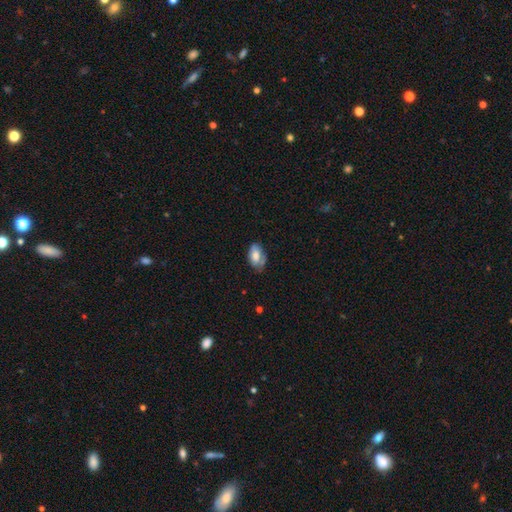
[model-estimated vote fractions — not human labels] This is likely a smooth galaxy (71%). How rounded: clearly in between (92%). Merging: possibly none (53%).